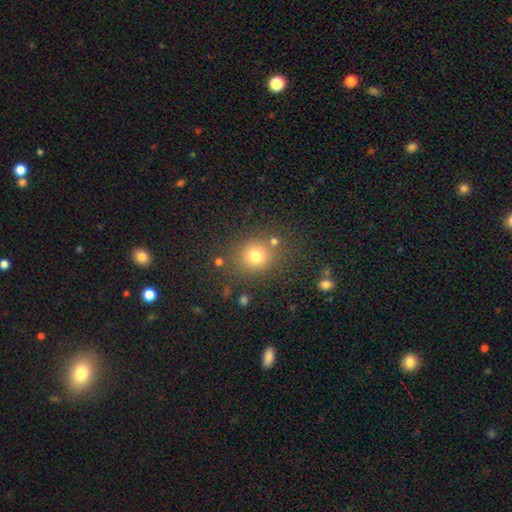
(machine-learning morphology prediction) smooth_or_featured: smooth (p=0.76) [alt: star or artifact p=0.15]
how_rounded: round (p=0.81) [alt: in between p=0.18]
merging: none (p=0.77) [alt: minor disturbance p=0.11]